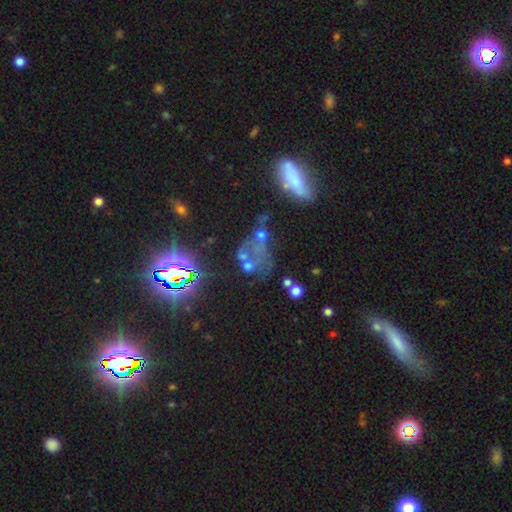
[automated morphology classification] Smooth or featured?
  - star or artifact: 40% *
  - smooth: 30%
  - featured or disk: 30%